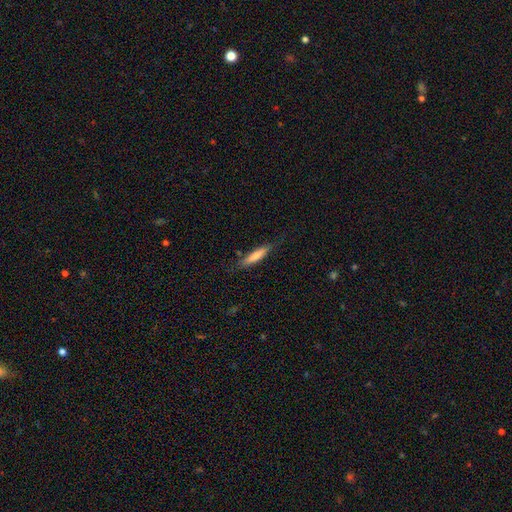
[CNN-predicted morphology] smooth_or_featured: smooth (p=0.73) [alt: featured or disk p=0.22]
how_rounded: cigar-shaped (p=0.85) [alt: in between p=0.14]
merging: none (p=0.78) [alt: minor disturbance p=0.17]